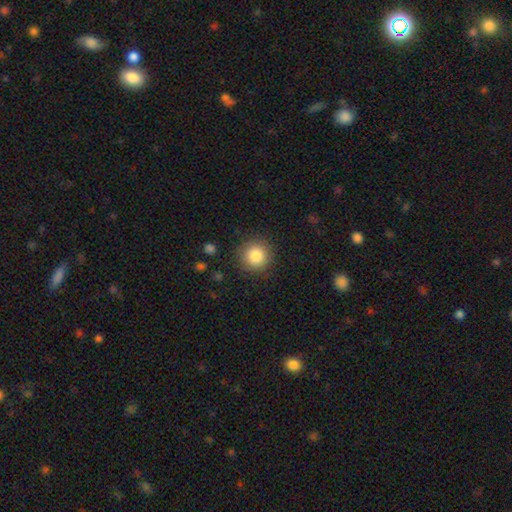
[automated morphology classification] Smooth or featured? Predicted: smooth (p=0.84). How rounded? Predicted: round (p=0.94). Merging? Predicted: none (p=0.89).